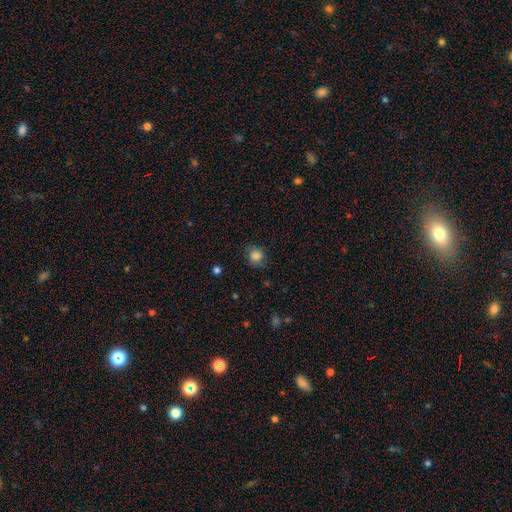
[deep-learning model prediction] Smooth or featured? smooth (84%)
How rounded? round (79%)
Merging? none (78%)